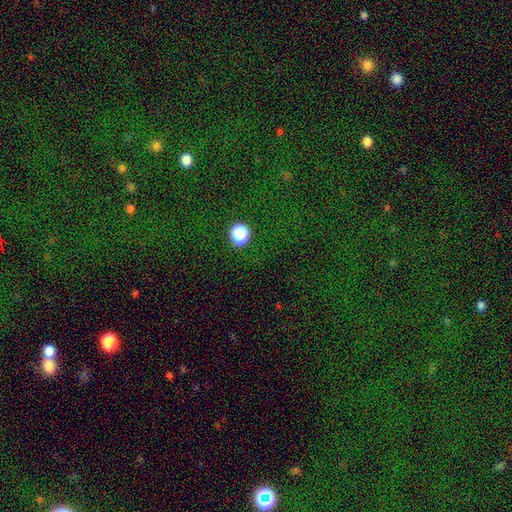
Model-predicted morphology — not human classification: The model was most divided on "smooth or featured": star or artifact: 68%, smooth: 25%, featured or disk: 7%.